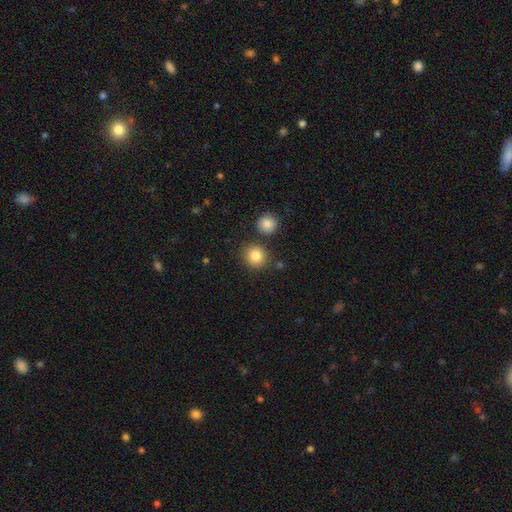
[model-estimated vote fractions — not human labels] A smooth galaxy with no disk features (84%) that is round (90%).

Vote fractions:
- Smooth or featured? smooth: 84% / star or artifact: 10% / featured or disk: 6%
- How rounded? round: 90% / in between: 9% / cigar-shaped: 1%
- Merging? none: 83% / minor disturbance: 8% / merger: 7% / major disturbance: 3%